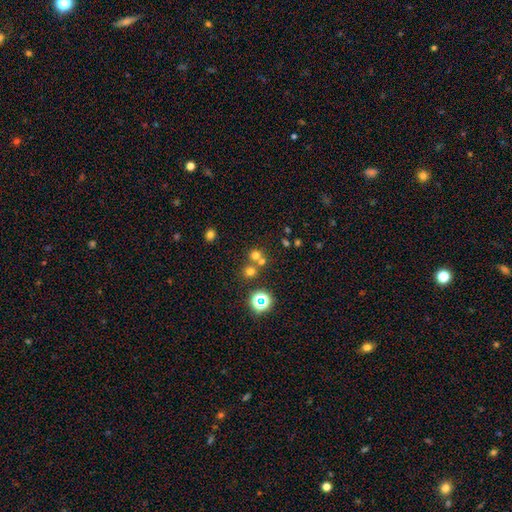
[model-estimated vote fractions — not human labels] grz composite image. It shows a smooth galaxy with no disk features (60%) that is round (90%). Merging: none (56%).